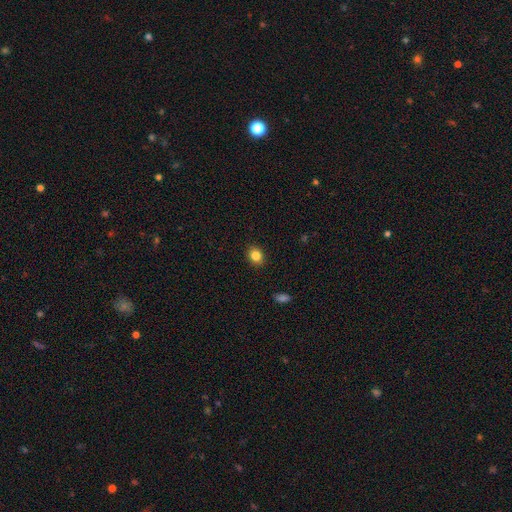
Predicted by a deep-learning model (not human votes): Q: Smooth or featured?
A: smooth (84%); runner-up: star or artifact (11%)
Q: How rounded?
A: round (56%); runner-up: in between (43%)
Q: Merging?
A: none (90%); runner-up: minor disturbance (7%)